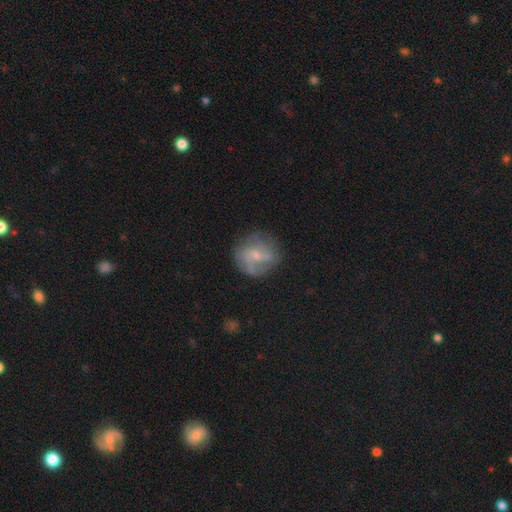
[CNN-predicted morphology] Smooth or featured? Predicted: featured or disk (p=0.57). Edge-on disk? Predicted: no (p=0.97). Bar? Predicted: no (p=0.51). Spiral arms? Predicted: yes (p=0.66). Bulge size? Predicted: small (p=0.55). Merging? Predicted: none (p=0.65).